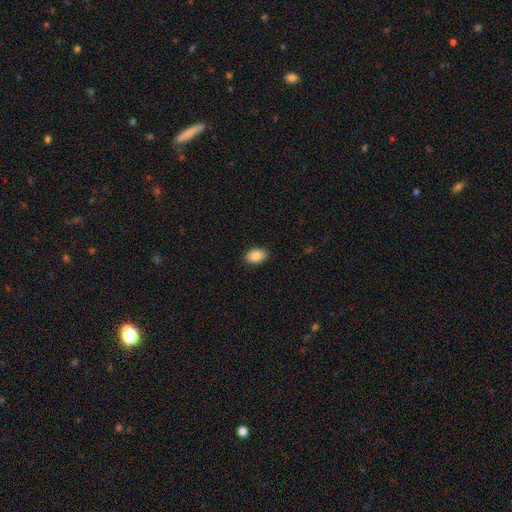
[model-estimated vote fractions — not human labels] A smooth galaxy with no disk features (88%) that is in between round and cigar-shaped (86%). Merging: none (89%).